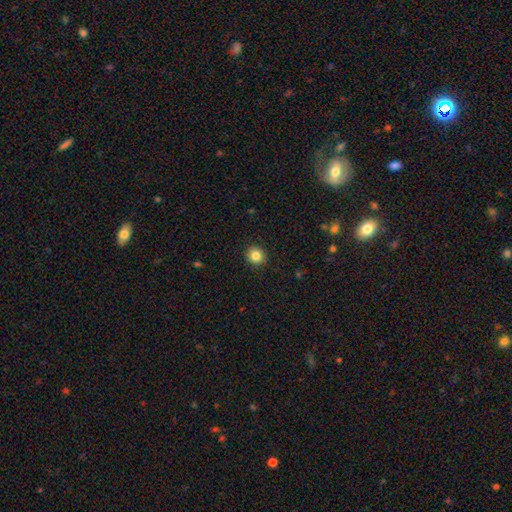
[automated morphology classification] Overall: smooth (85%). How rounded: round (88%). Merging: none (92%).